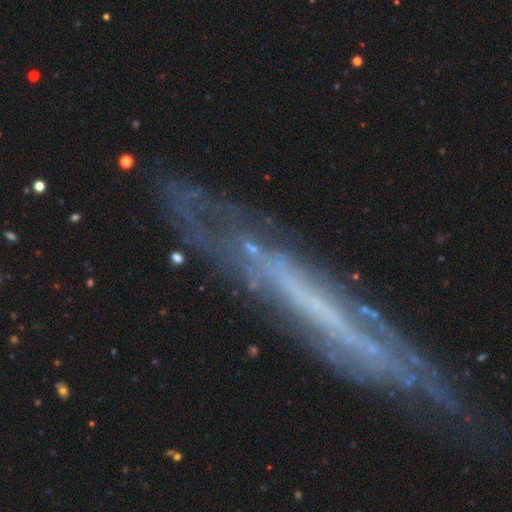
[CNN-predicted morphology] Smooth or featured: featured or disk — 71% (smooth — 19%)
Edge-on disk: yes — 64% (no — 36%)
Merging: none — 68% (minor disturbance — 19%)